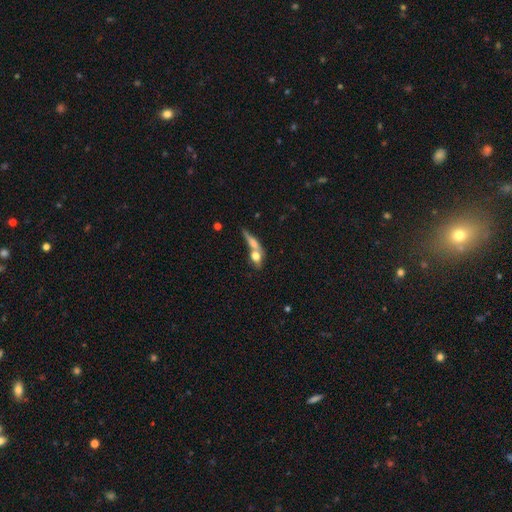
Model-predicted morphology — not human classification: smooth 62%, featured or disk 29%, star or artifact 9%. Down the decision tree: how rounded — in between (46%); merging — merger (53%).